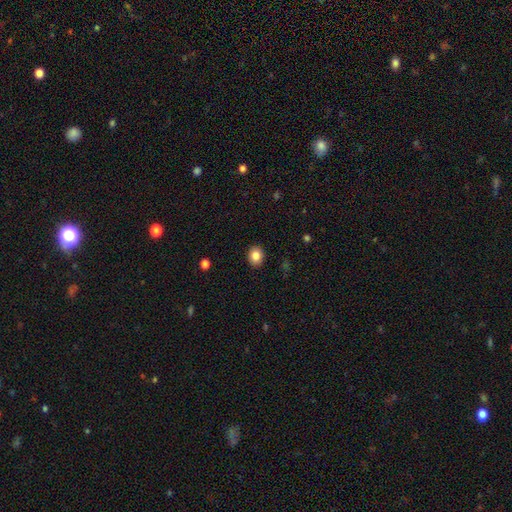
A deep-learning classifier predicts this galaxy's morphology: Q: Smooth or featured?
A: smooth (85%); runner-up: star or artifact (9%)
Q: How rounded?
A: round (59%); runner-up: in between (41%)
Q: Merging?
A: none (90%); runner-up: minor disturbance (7%)